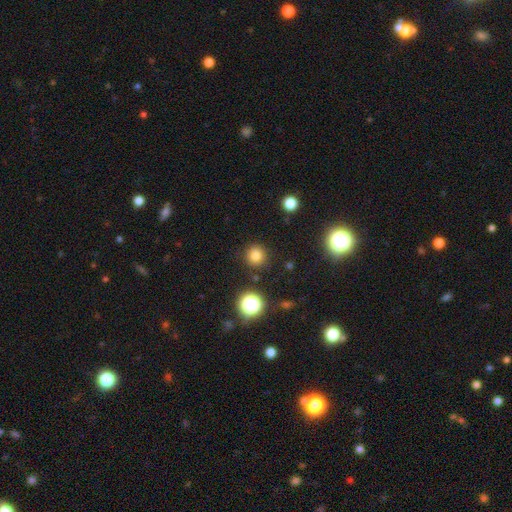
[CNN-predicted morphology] Smooth or featured? Predicted: smooth (p=0.78). How rounded? Predicted: round (p=0.94). Merging? Predicted: none (p=0.89).